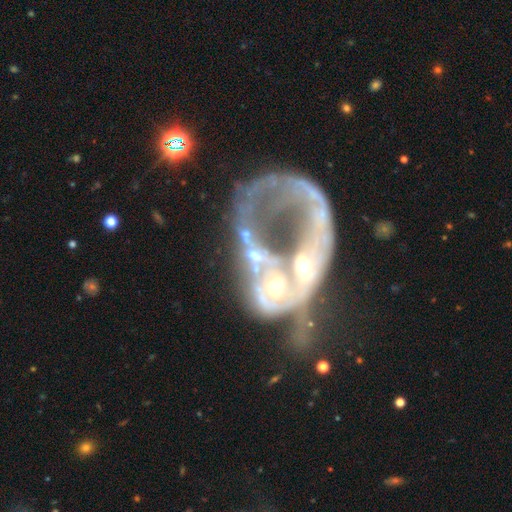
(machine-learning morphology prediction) Overall: featured or disk (72%). Edge-on disk: no (96%). Bar: no (83%). Spiral arms: no (67%; yes 33%). Bulge size: moderate (41%; small 29%). Merging: merger (65%).